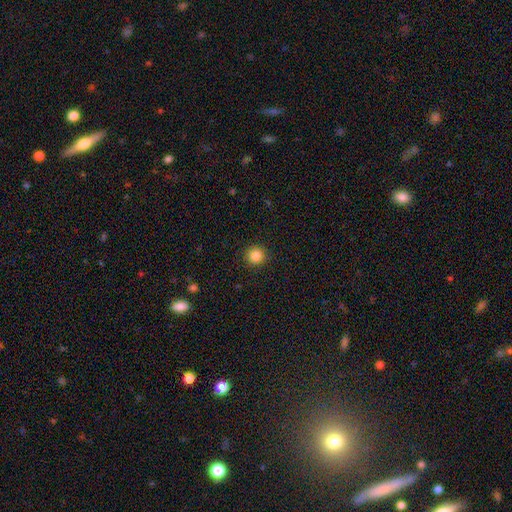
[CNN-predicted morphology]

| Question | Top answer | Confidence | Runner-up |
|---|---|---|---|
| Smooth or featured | smooth | 85% | star or artifact (11%) |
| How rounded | round | 95% | in between (4%) |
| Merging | none | 93% | minor disturbance (5%) |